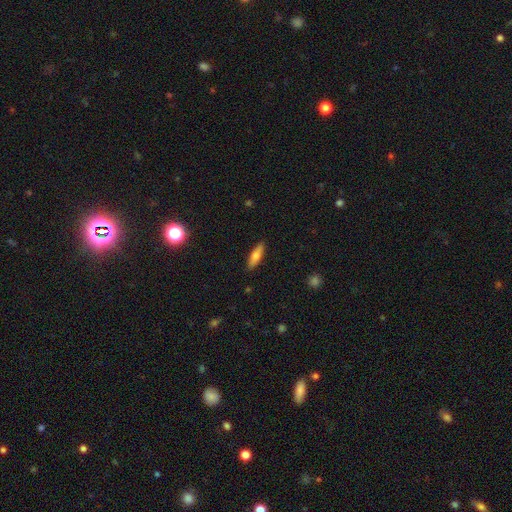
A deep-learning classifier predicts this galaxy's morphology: Smooth or featured? Predicted: smooth (p=0.66). How rounded? Predicted: cigar-shaped (p=0.62). Merging? Predicted: none (p=0.89).